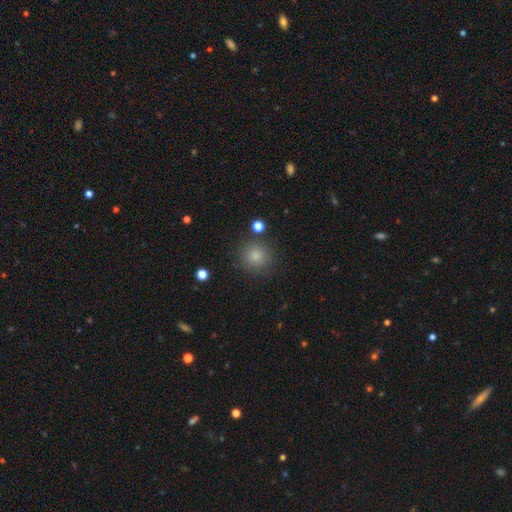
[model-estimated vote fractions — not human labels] smooth 83%, star or artifact 11%, featured or disk 6%. Down the decision tree: how rounded — round (92%); merging — none (85%).